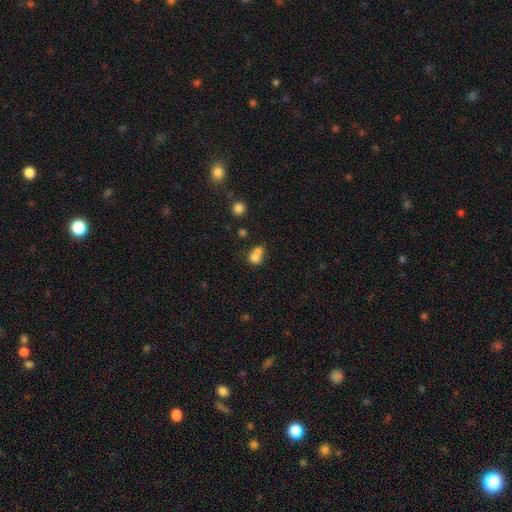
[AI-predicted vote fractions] smooth_or_featured: smooth (p=0.74) [alt: featured or disk p=0.15]
how_rounded: round (p=0.72) [alt: in between p=0.27]
merging: merger (p=0.61) [alt: none p=0.28]